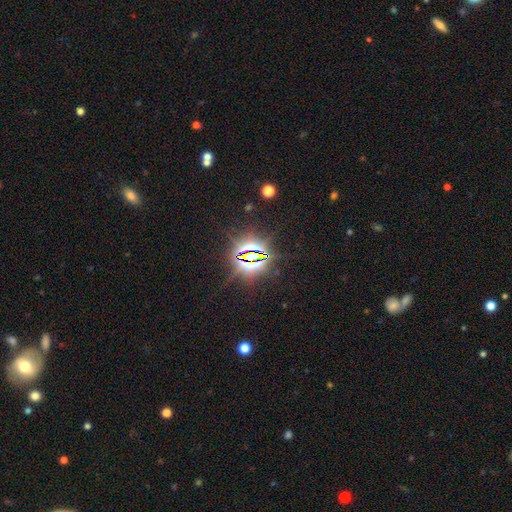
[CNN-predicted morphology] Smooth or featured? star or artifact (84%)